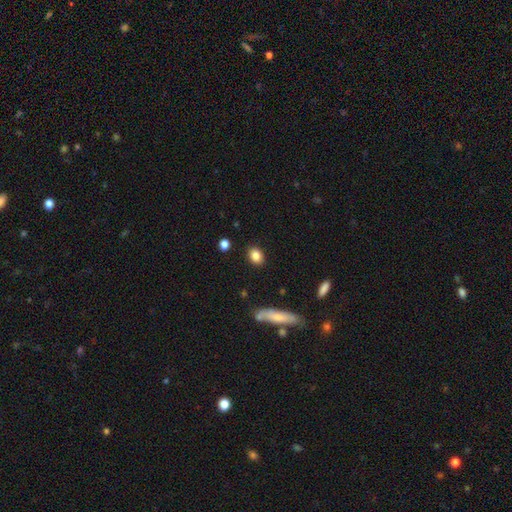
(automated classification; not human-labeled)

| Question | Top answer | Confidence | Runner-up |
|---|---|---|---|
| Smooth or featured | smooth | 84% | star or artifact (9%) |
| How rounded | in between | 60% | round (38%) |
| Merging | none | 87% | minor disturbance (8%) |